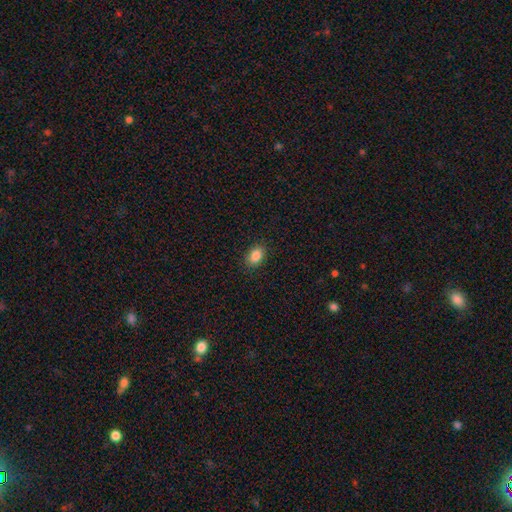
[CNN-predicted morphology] Smooth or featured: smooth — 86% (star or artifact — 9%)
How rounded: in between — 82% (round — 16%)
Merging: none — 89% (minor disturbance — 8%)